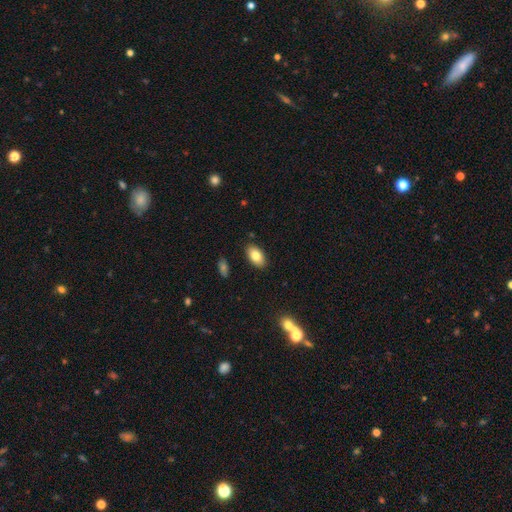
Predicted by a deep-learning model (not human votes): Smooth or featured? smooth (82%)
How rounded? in between (94%)
Merging? none (87%)